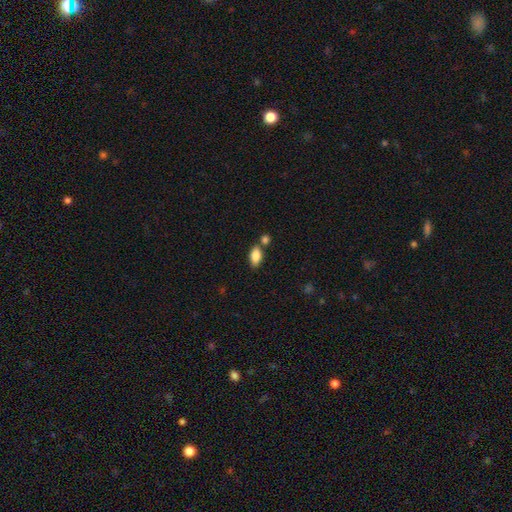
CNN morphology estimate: Overall: smooth (84%). How rounded: in between (90%). Merging: none (68%).